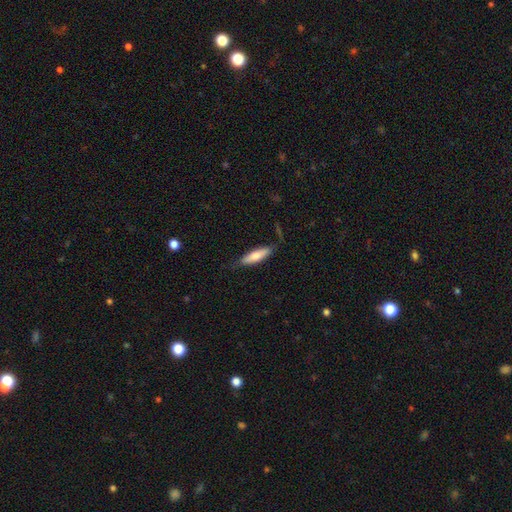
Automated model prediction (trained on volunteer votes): This appears to be a smooth galaxy with no disk features (74%) that is cigar-shaped (62%). Merging: none (75%).